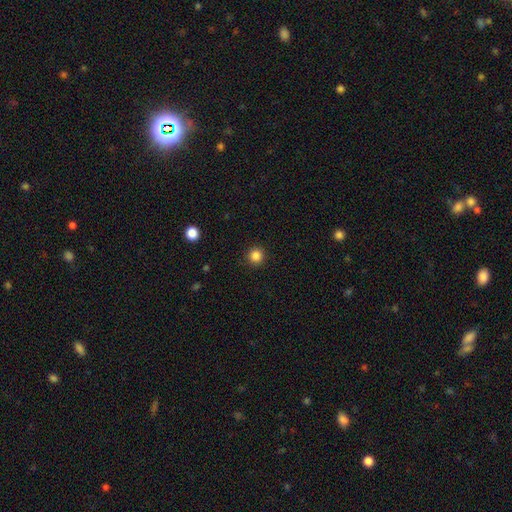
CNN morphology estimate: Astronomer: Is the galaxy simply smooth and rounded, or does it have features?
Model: smooth — 84%.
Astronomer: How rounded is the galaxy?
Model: round — 95%.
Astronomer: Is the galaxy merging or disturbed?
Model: none — 92%.